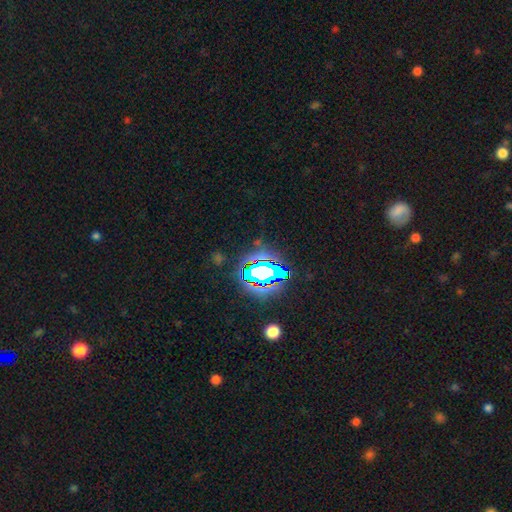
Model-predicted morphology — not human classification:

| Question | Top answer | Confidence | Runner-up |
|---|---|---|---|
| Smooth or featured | star or artifact | 84% | smooth (9%) |